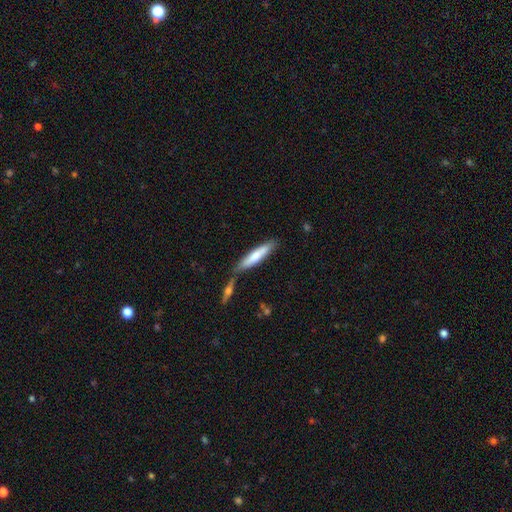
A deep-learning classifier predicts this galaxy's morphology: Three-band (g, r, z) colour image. It shows a smooth galaxy with no disk features (67%) that is cigar-shaped (83%). Merging: none (64%).